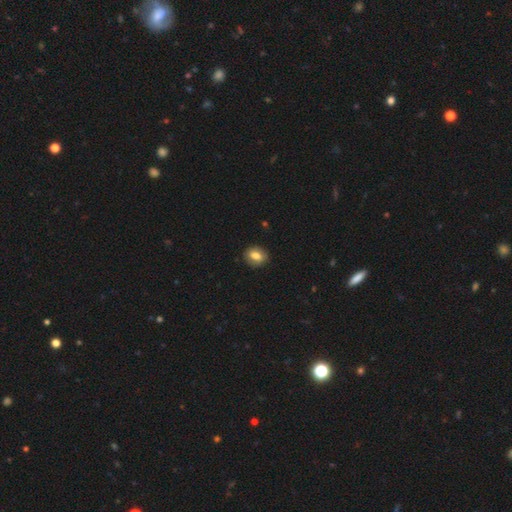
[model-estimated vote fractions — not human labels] smooth_or_featured: smooth (p=0.77) [alt: featured or disk p=0.15]
how_rounded: in between (p=0.65) [alt: round p=0.33]
merging: none (p=0.85) [alt: minor disturbance p=0.11]